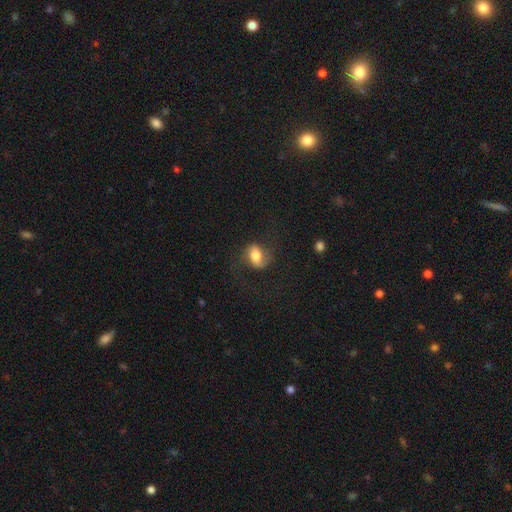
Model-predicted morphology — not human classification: Smooth or featured?
  - smooth: 48% *
  - featured or disk: 43%
  - star or artifact: 9%
Merging?
  - none: 62% *
  - minor disturbance: 19%
  - major disturbance: 17%
  - merger: 2%